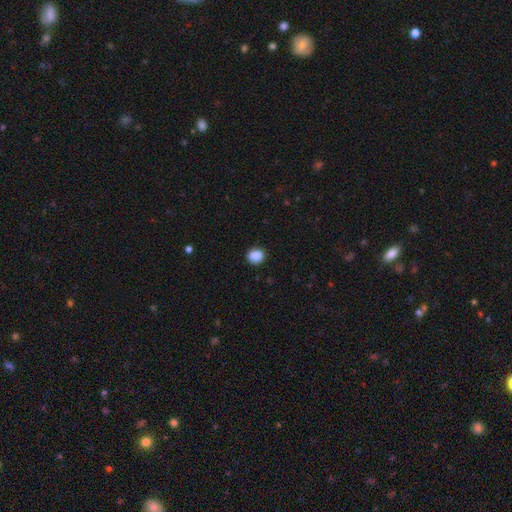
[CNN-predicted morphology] Smooth or featured? Predicted: smooth (p=0.89). How rounded? Predicted: round (p=0.65). Merging? Predicted: none (p=0.89).